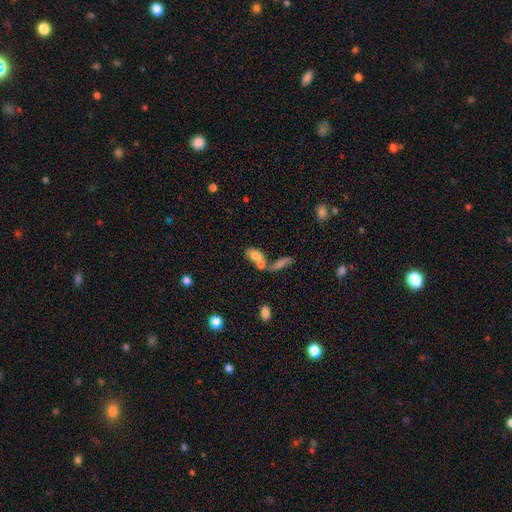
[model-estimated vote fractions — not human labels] Smooth or featured? Predicted: smooth (p=0.73). How rounded? Predicted: in between (p=0.85). Merging? Predicted: merger (p=0.54).